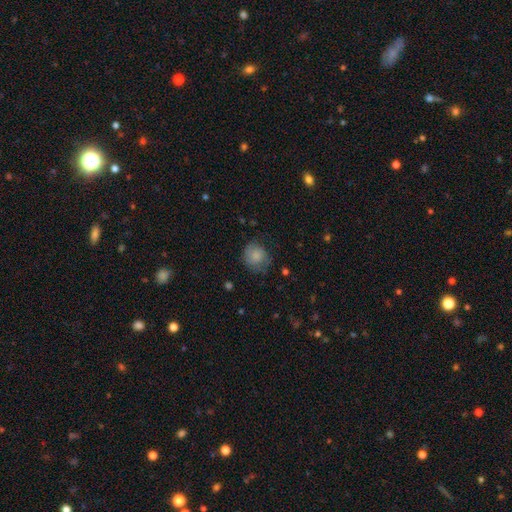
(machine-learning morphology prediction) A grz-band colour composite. It shows a smooth galaxy with no disk features (75%) that is round (81%). Merging: none (60%).